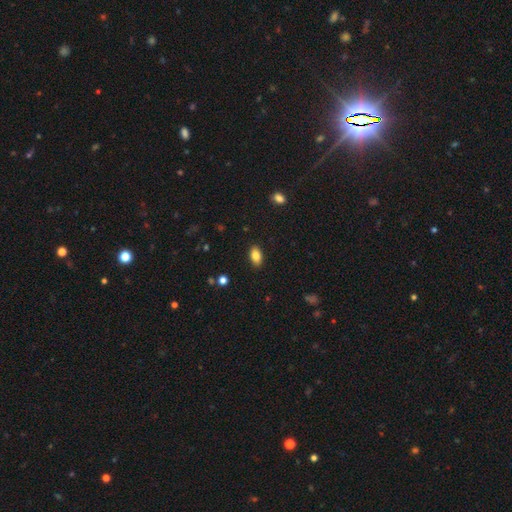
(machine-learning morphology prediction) Smooth or featured: smooth — 82% (featured or disk — 10%)
How rounded: in between — 90% (round — 6%)
Merging: none — 89% (minor disturbance — 8%)